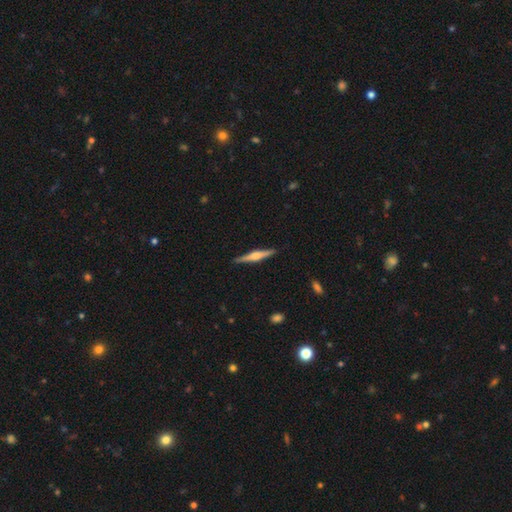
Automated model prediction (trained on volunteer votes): Smooth or featured?
  - featured or disk: 71% *
  - smooth: 24%
  - star or artifact: 5%
Edge-on disk?
  - yes: 98% *
  - no: 2%
Edge-on bulge?
  - rounded: 78% *
  - boxy: 17%
  - none: 6%
Merging?
  - none: 90% *
  - minor disturbance: 7%
  - major disturbance: 1%
  - merger: 1%